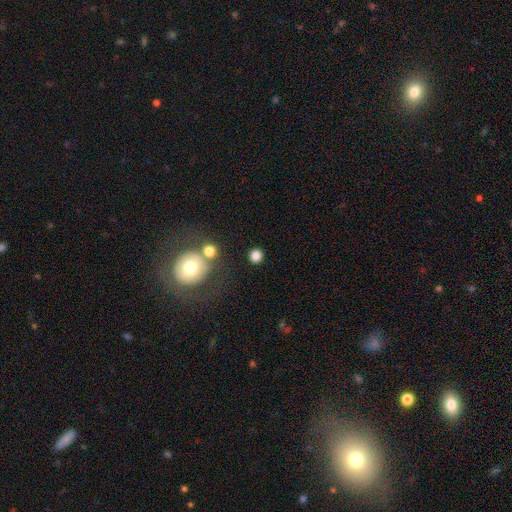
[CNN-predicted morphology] Smooth or featured? Predicted: smooth (p=0.82). How rounded? Predicted: round (p=0.91). Merging? Predicted: none (p=0.84).